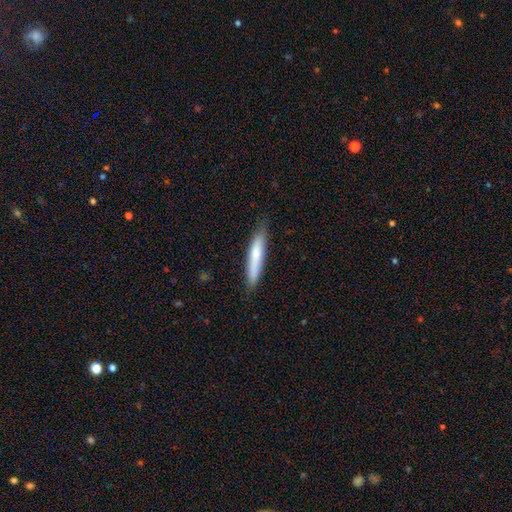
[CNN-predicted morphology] This is likely a smooth galaxy (66%). How rounded: clearly cigar-shaped (89%). Merging: clearly none (82%).